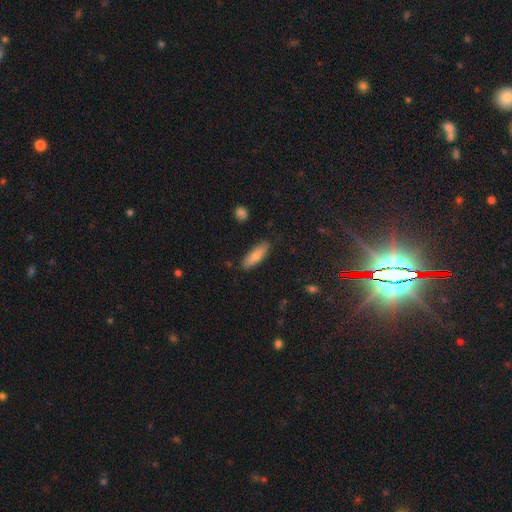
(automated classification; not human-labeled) Smooth or featured?
  - smooth: 80% *
  - featured or disk: 14%
  - star or artifact: 6%
How rounded?
  - cigar-shaped: 51% *
  - in between: 47%
  - round: 2%
Merging?
  - none: 86% *
  - minor disturbance: 10%
  - major disturbance: 2%
  - merger: 2%